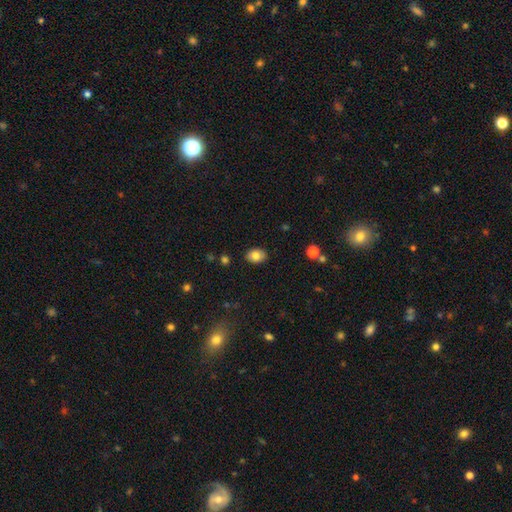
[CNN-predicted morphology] The model was most divided on "how rounded": in between: 74%, round: 25%, cigar-shaped: 1%. More confident: merging — none (87%); smooth or featured — smooth (80%).